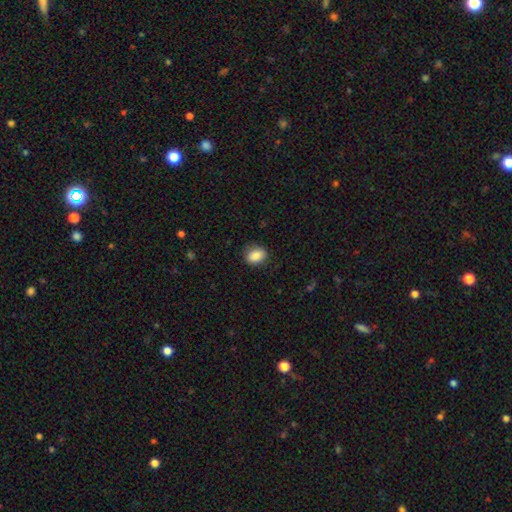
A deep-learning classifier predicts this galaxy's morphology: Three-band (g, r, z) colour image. It shows a smooth galaxy with no disk features (87%) that is in between round and cigar-shaped (59%). Merging: none (84%).